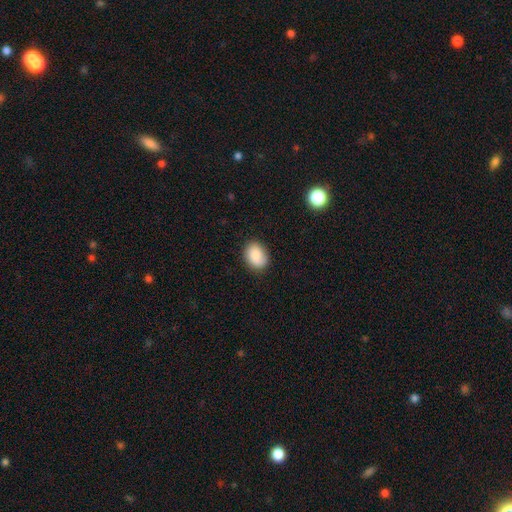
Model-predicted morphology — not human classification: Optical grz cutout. It shows a smooth galaxy with no disk features (85%) that is in between round and cigar-shaped (70%). Merging: none (83%).